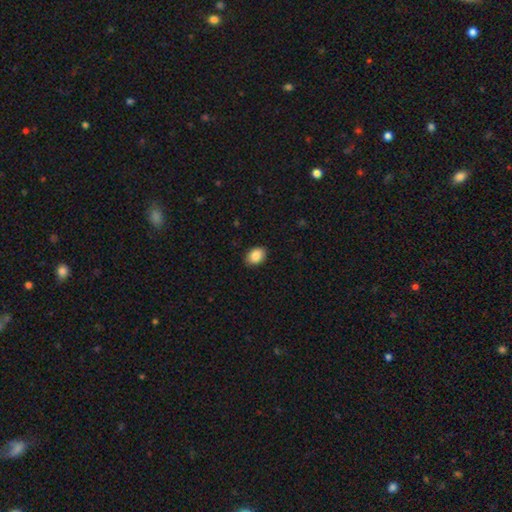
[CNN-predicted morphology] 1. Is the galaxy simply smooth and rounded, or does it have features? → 89% smooth, 7% star or artifact, 4% featured or disk.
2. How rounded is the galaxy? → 77% in between, 22% round, 1% cigar-shaped.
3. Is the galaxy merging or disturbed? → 88% none, 9% minor disturbance, 2% major disturbance, 1% merger.